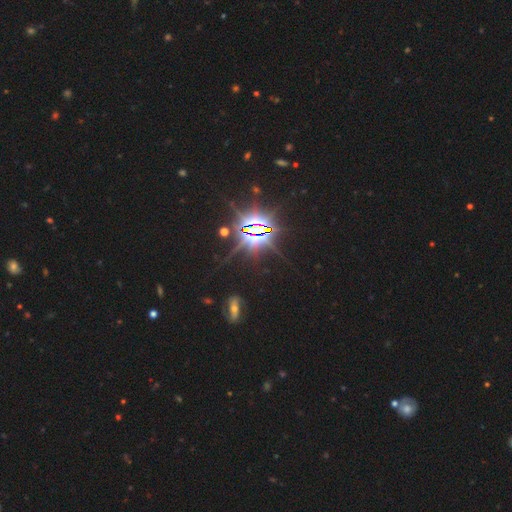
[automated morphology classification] Overall: star or artifact (86%).